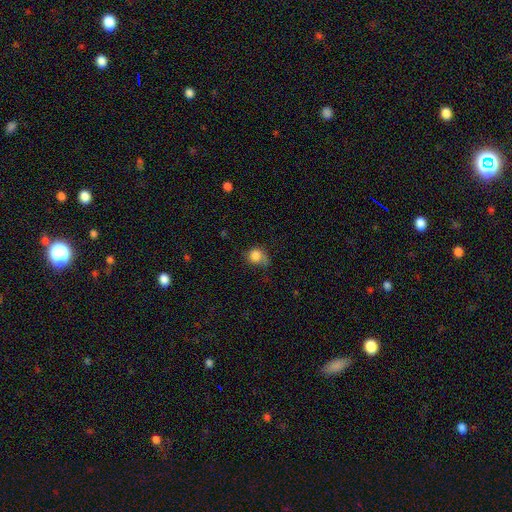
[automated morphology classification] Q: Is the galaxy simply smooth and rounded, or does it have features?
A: smooth — 82%.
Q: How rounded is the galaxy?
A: round — 76%.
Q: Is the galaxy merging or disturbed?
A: none — 45%.